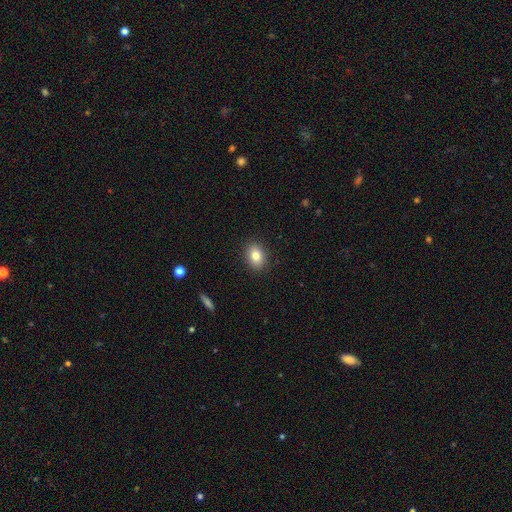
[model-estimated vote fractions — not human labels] smooth-or-featured: smooth: 82% | star or artifact: 9% | featured or disk: 9%
  how-rounded: in between: 69% | round: 30% | cigar-shaped: 1%
  merging: none: 89% | minor disturbance: 7% | major disturbance: 2% | merger: 1%